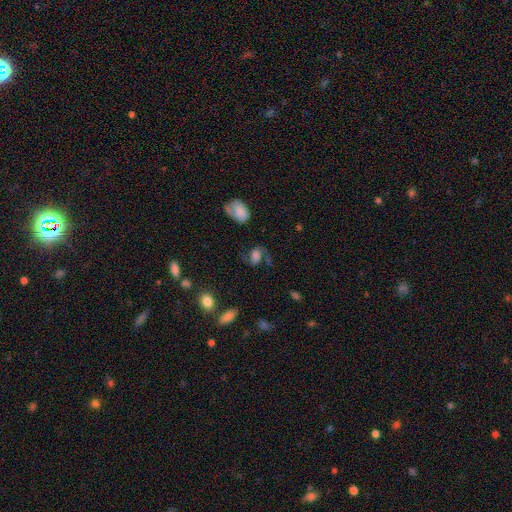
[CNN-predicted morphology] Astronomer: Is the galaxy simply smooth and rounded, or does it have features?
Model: featured or disk — 51% (runner-up: smooth, 37%).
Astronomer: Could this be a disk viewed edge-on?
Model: no — 96%.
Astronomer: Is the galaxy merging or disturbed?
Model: none — 56%.